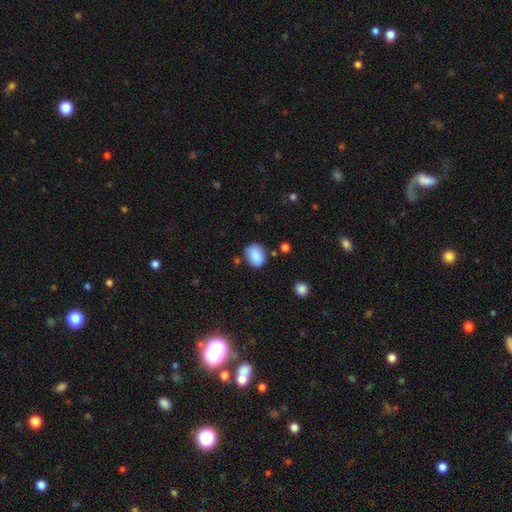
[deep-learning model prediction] A smooth galaxy with no disk features (87%) that is in between round and cigar-shaped (56%).

Vote fractions:
- Smooth or featured? smooth: 87% / star or artifact: 8% / featured or disk: 6%
- How rounded? in between: 56% / round: 43% / cigar-shaped: 1%
- Merging? none: 72% / minor disturbance: 18% / merger: 5% / major disturbance: 5%